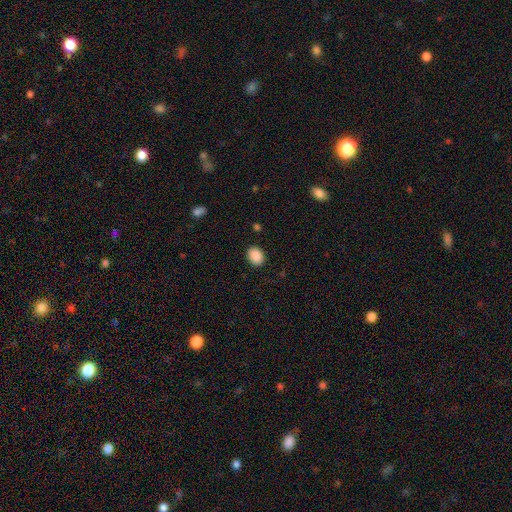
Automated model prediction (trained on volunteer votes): A smooth galaxy with no disk features (89%) that is in between round and cigar-shaped (66%).

Vote fractions:
- Smooth or featured? smooth: 89% / star or artifact: 8% / featured or disk: 3%
- How rounded? in between: 66% / round: 33% / cigar-shaped: 1%
- Merging? none: 89% / minor disturbance: 8% / major disturbance: 2% / merger: 1%